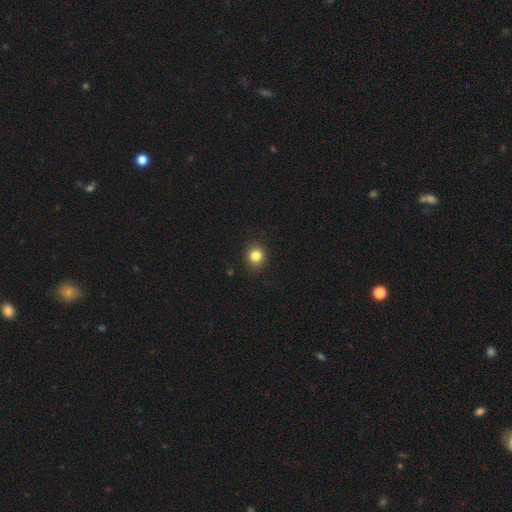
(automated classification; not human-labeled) Morphology: type=smooth (83%); roundness=round (83%); merging=none (89%).